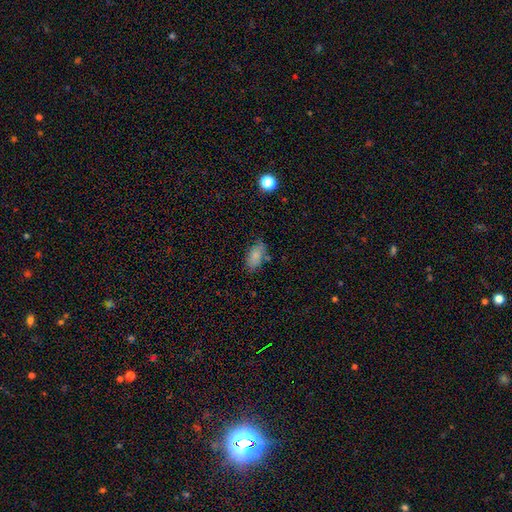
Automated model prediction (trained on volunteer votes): Overall: smooth (81%). How rounded: in between (91%). Merging: none (71%).